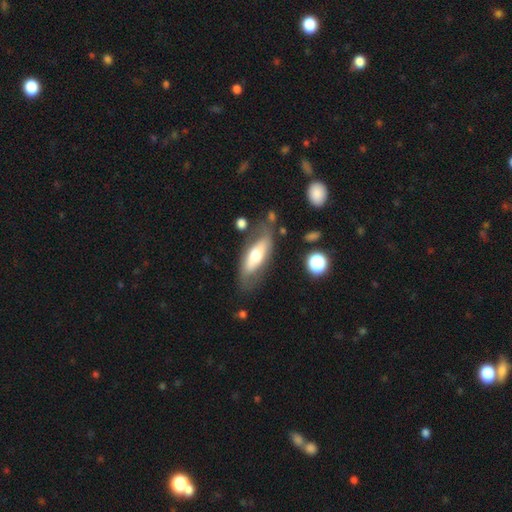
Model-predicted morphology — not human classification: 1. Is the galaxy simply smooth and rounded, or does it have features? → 48% smooth, 46% featured or disk, 6% star or artifact.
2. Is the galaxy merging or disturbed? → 65% none, 21% minor disturbance, 10% major disturbance, 4% merger.